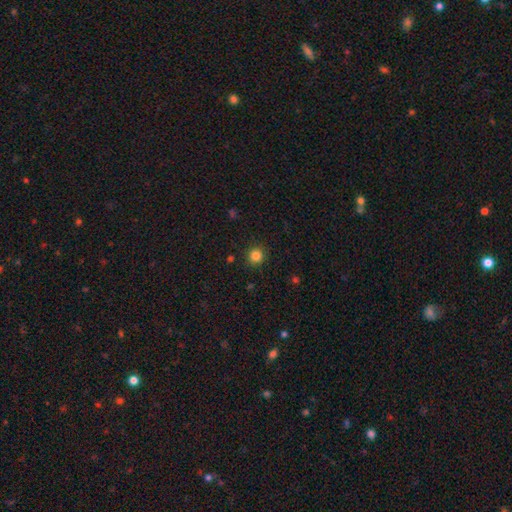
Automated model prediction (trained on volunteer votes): The model was most divided on "smooth or featured": smooth: 84%, star or artifact: 12%, featured or disk: 4%. More confident: how rounded — round (93%); merging — none (91%).